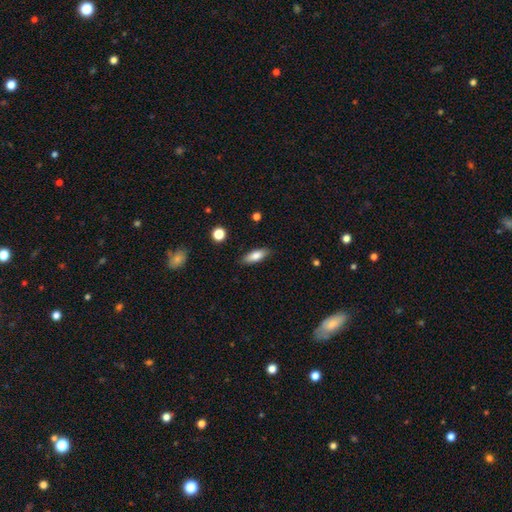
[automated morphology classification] Smooth or featured? Predicted: smooth (p=0.78). How rounded? Predicted: in between (p=0.65). Merging? Predicted: none (p=0.86).